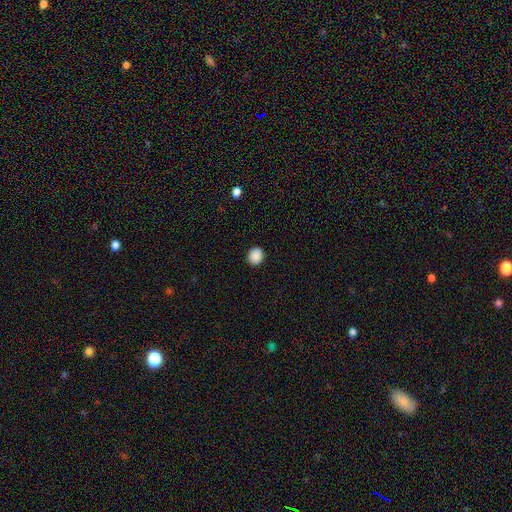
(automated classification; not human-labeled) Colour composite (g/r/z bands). It shows a smooth galaxy with no disk features (89%) that is round (79%). Merging: none (91%).